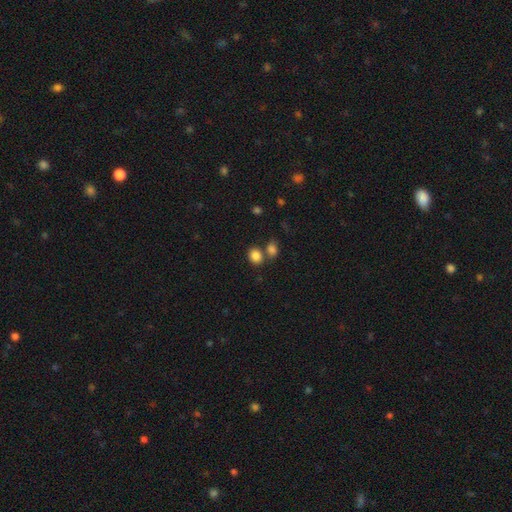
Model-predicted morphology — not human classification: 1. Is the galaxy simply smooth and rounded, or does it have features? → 85% smooth, 10% star or artifact, 5% featured or disk.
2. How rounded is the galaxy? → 57% round, 42% in between, 1% cigar-shaped.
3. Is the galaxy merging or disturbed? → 57% none, 30% merger, 10% minor disturbance, 4% major disturbance.